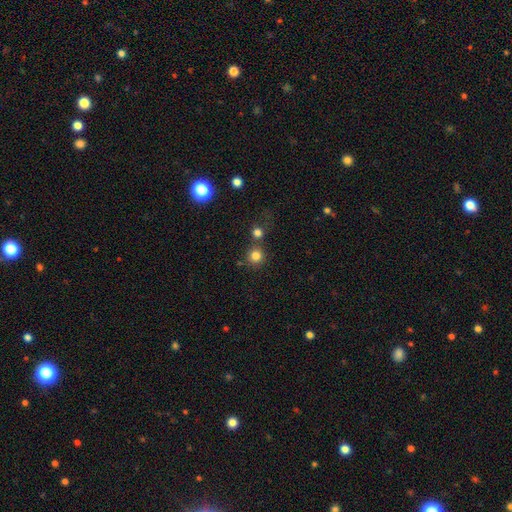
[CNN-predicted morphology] smooth-or-featured: smooth: 80% | star or artifact: 14% | featured or disk: 6%
  how-rounded: round: 92% | in between: 7% | cigar-shaped: 1%
  merging: none: 70% | merger: 19% | minor disturbance: 8% | major disturbance: 3%